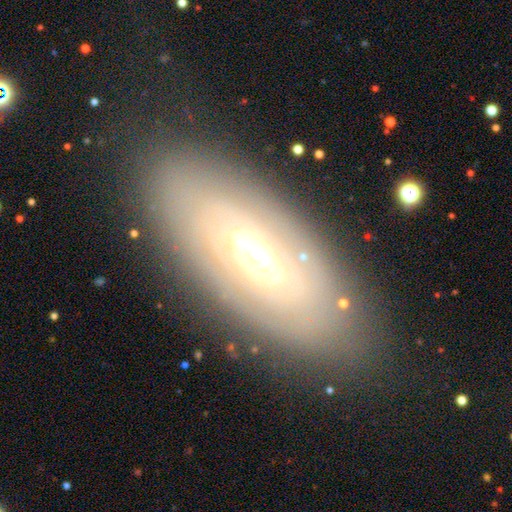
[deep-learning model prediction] Smooth or featured? Predicted: featured or disk (p=0.57). Edge-on disk? Predicted: no (p=0.77). Merging? Predicted: none (p=0.80).